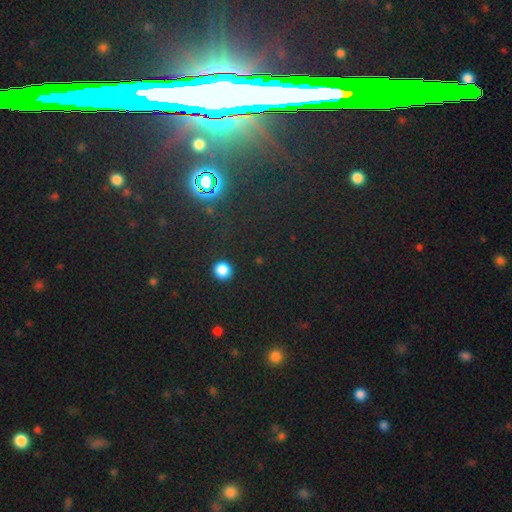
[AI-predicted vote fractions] smooth-or-featured: star or artifact: 75% | featured or disk: 14% | smooth: 12%